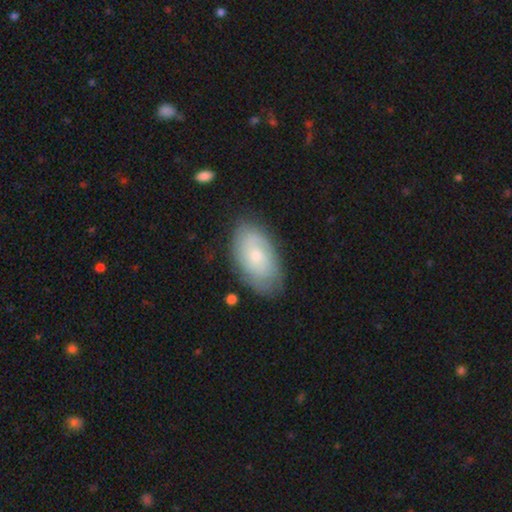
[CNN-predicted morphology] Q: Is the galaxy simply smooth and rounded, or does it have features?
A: featured or disk — 50%.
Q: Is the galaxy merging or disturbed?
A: none — 75%.